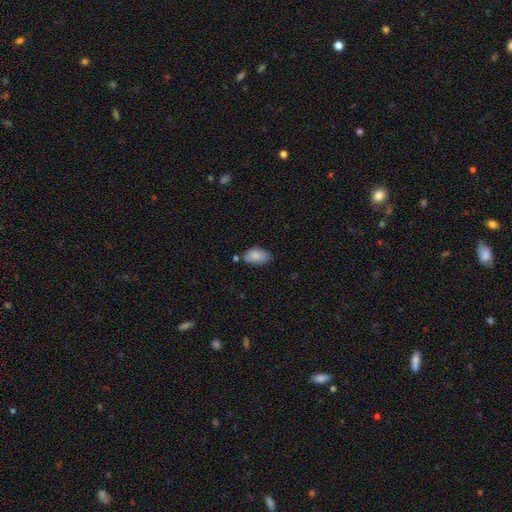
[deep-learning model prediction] A smooth galaxy with no disk features (85%) that is in between round and cigar-shaped (93%). Merging: none (65%).